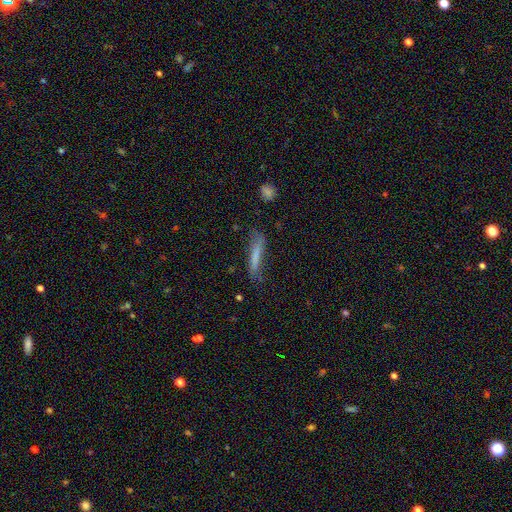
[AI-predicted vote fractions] Smooth or featured: smooth — 69% (featured or disk — 23%)
How rounded: cigar-shaped — 88% (in between — 10%)
Merging: none — 59% (minor disturbance — 26%)